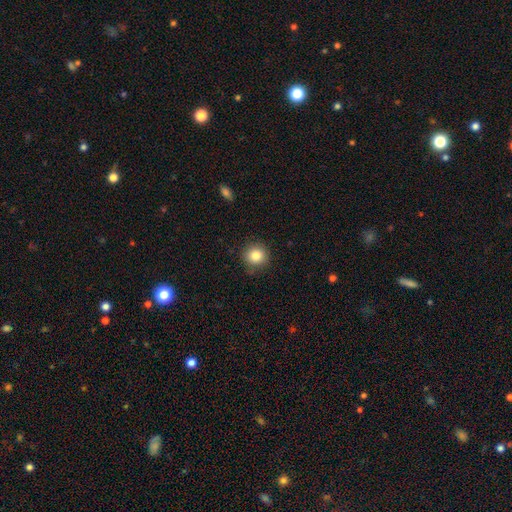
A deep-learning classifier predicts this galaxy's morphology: Smooth or featured?
  - smooth: 83% *
  - star or artifact: 10%
  - featured or disk: 7%
How rounded?
  - round: 91% *
  - in between: 8%
  - cigar-shaped: 1%
Merging?
  - none: 88% *
  - minor disturbance: 9%
  - major disturbance: 2%
  - merger: 1%